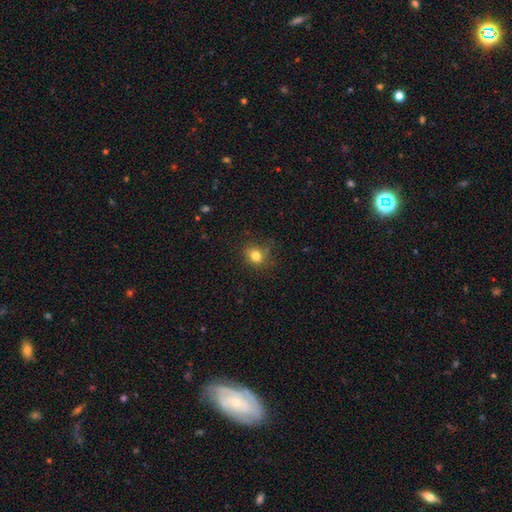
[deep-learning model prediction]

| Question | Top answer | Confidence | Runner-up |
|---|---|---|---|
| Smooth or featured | smooth | 80% | star or artifact (13%) |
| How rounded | round | 66% | in between (33%) |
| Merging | none | 73% | minor disturbance (19%) |